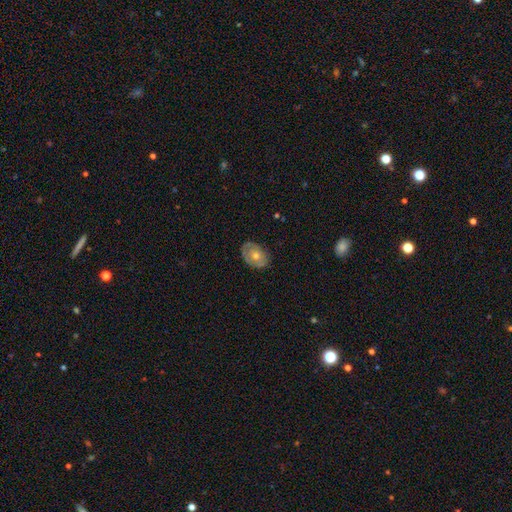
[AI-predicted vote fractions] Overall: featured or disk (47%; smooth 45%). Merging: none (77%).